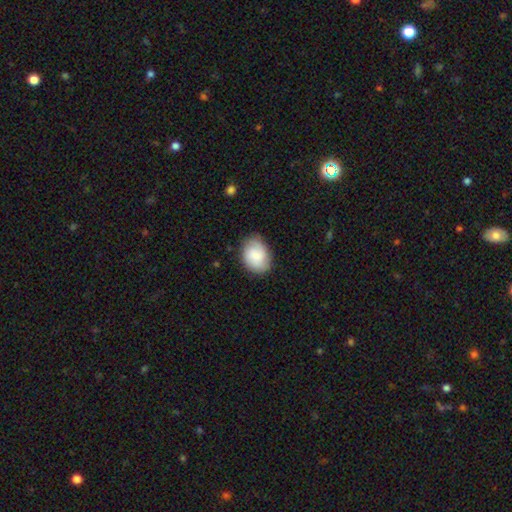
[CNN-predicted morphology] This appears to be a smooth galaxy with no disk features (74%) that is in between round and cigar-shaped (67%). Merging: none (78%).